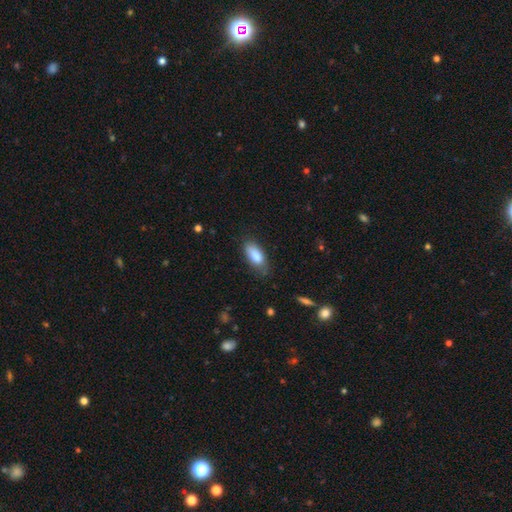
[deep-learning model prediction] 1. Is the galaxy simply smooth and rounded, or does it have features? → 85% smooth, 8% featured or disk, 7% star or artifact.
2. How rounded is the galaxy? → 85% in between, 13% cigar-shaped, 2% round.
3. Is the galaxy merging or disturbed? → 72% none, 22% minor disturbance, 5% major disturbance, 1% merger.